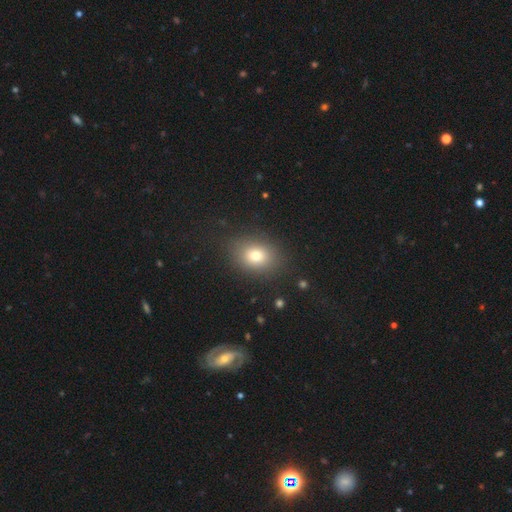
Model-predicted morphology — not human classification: This is likely a smooth galaxy (76%). How rounded: possibly in between (54%). Merging: clearly none (84%).